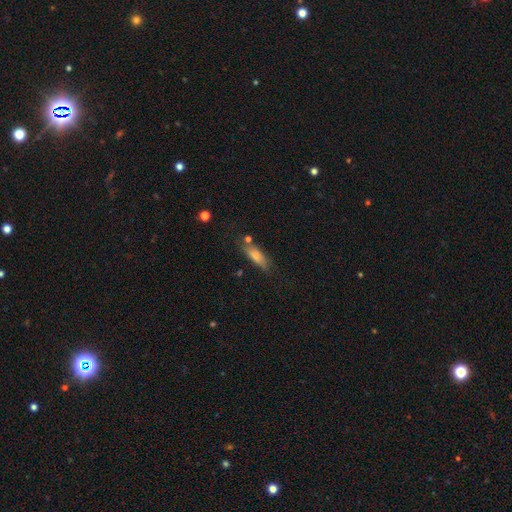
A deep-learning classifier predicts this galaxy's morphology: Q: Smooth or featured?
A: smooth (80%); runner-up: featured or disk (13%)
Q: How rounded?
A: in between (57%); runner-up: cigar-shaped (40%)
Q: Merging?
A: none (64%); runner-up: minor disturbance (22%)